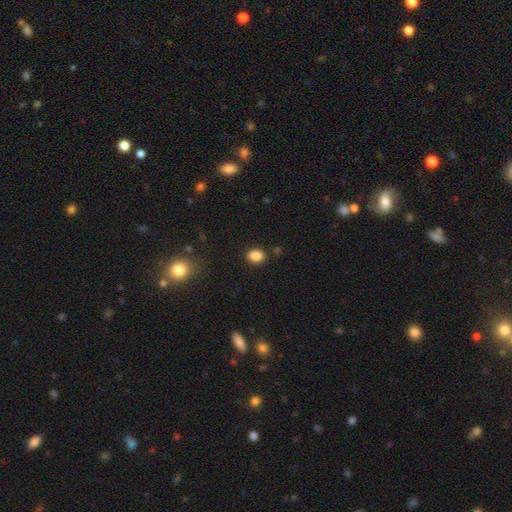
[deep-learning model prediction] This is clearly a smooth galaxy (86%). How rounded: likely in between (72%). Merging: clearly none (87%).